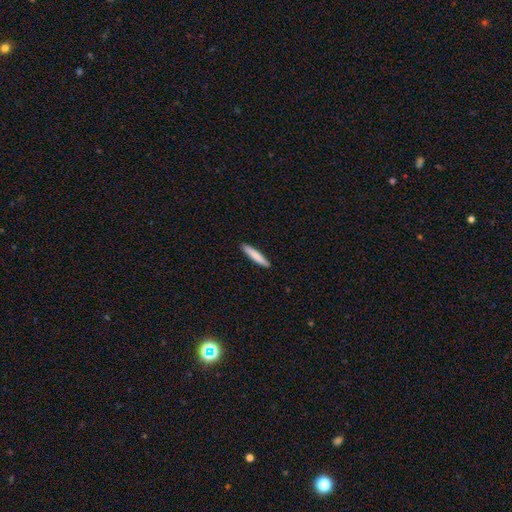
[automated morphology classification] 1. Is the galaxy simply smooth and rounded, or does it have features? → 82% smooth, 13% featured or disk, 5% star or artifact.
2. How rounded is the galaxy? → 93% cigar-shaped, 6% in between, 1% round.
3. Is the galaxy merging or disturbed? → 91% none, 6% minor disturbance, 1% major disturbance, 1% merger.